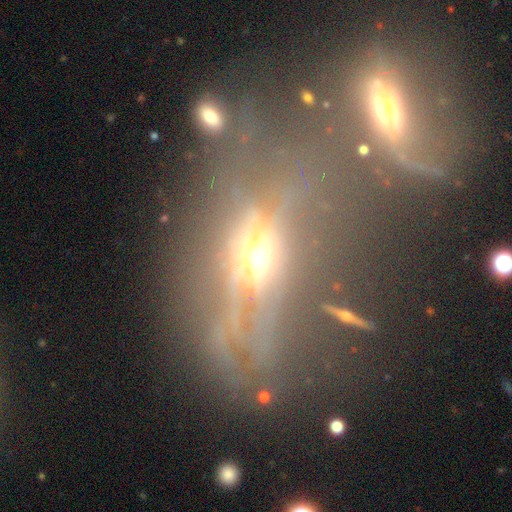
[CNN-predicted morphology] Smooth or featured? featured or disk (59%)
Edge-on disk? no (56%)
Merging? none (32%, tied with major disturbance)